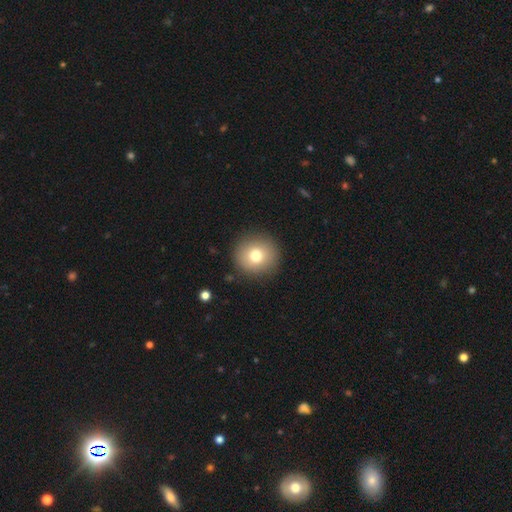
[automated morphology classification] Smooth or featured? Predicted: smooth (p=0.77). How rounded? Predicted: round (p=0.92). Merging? Predicted: none (p=0.90).